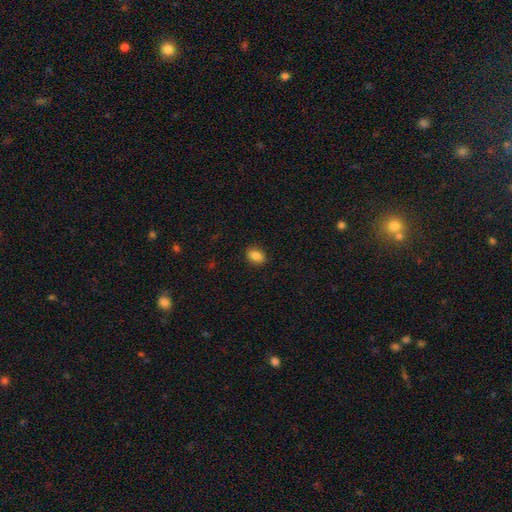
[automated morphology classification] smooth 85%, star or artifact 9%, featured or disk 6%. Down the decision tree: how rounded — in between (65%); merging — none (89%).